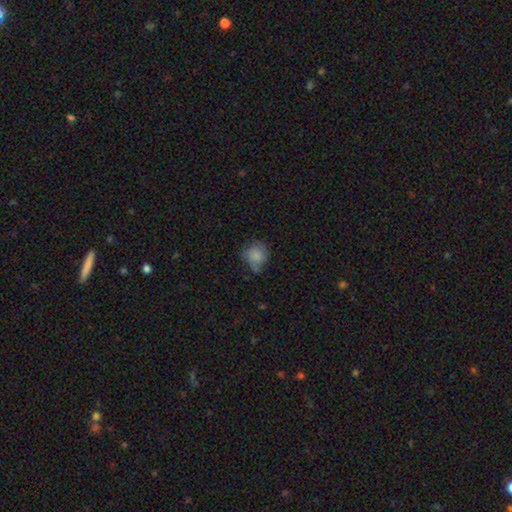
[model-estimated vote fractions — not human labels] A smooth galaxy with no disk features (76%) that is round (73%).

Vote fractions:
- Smooth or featured? smooth: 76% / featured or disk: 14% / star or artifact: 10%
- How rounded? round: 73% / in between: 26% / cigar-shaped: 1%
- Merging? none: 49% / minor disturbance: 35% / major disturbance: 13% / merger: 4%